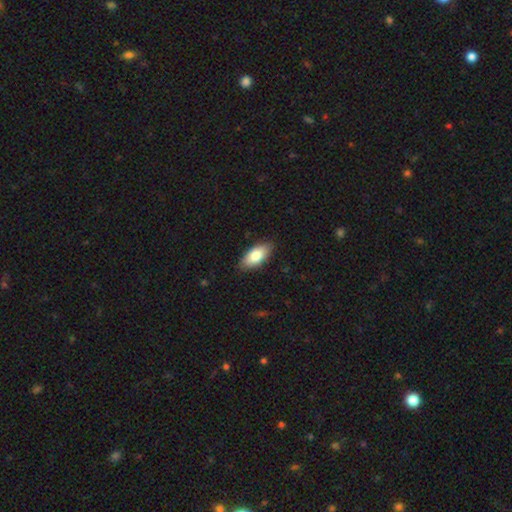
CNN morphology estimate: Overall: smooth (82%). How rounded: in between (90%). Merging: none (87%).